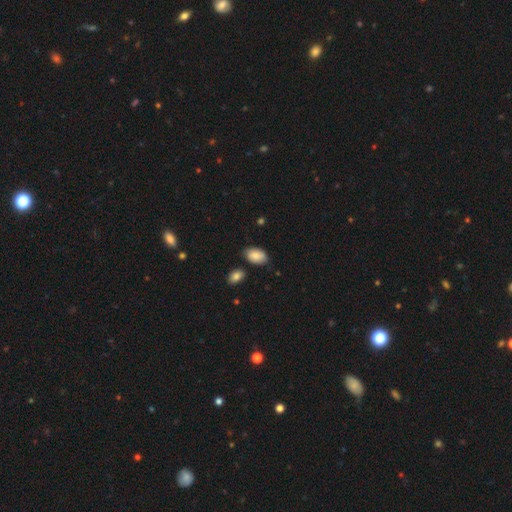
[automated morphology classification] Smooth or featured? Predicted: smooth (p=0.86). How rounded? Predicted: in between (p=0.91). Merging? Predicted: none (p=0.76).